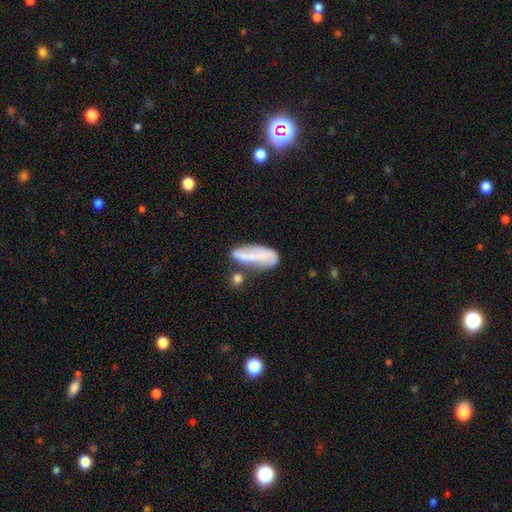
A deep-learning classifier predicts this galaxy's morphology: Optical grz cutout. It shows a featured or disk galaxy (47%). Merging: none (49%).